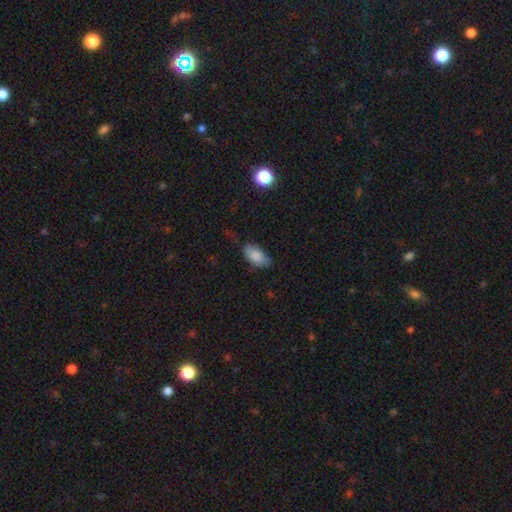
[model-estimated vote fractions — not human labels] Smooth or featured?
  - smooth: 86% *
  - star or artifact: 7%
  - featured or disk: 7%
How rounded?
  - in between: 94% *
  - round: 4%
  - cigar-shaped: 3%
Merging?
  - none: 66% *
  - minor disturbance: 26%
  - major disturbance: 6%
  - merger: 2%